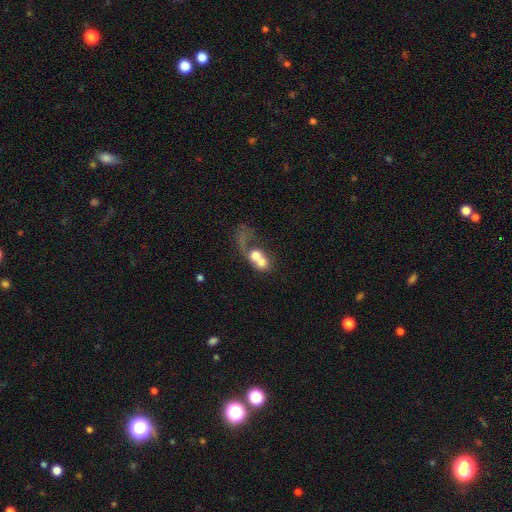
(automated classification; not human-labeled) Morphology: type=smooth (52%); roundness=in between (49%); merging=merger (72%).